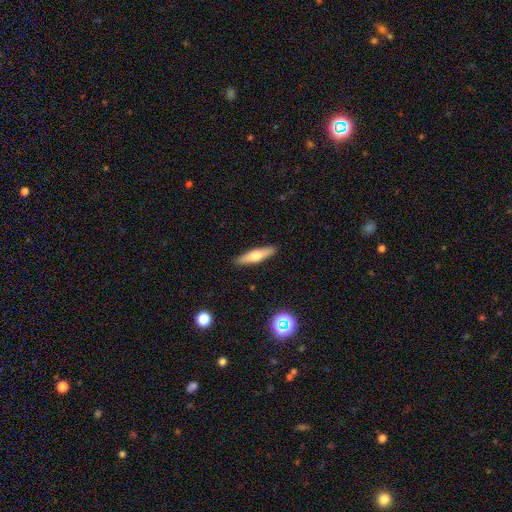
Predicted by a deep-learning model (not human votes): Overall: smooth (57%; featured or disk 36%). How rounded: cigar-shaped (72%). Merging: none (90%).